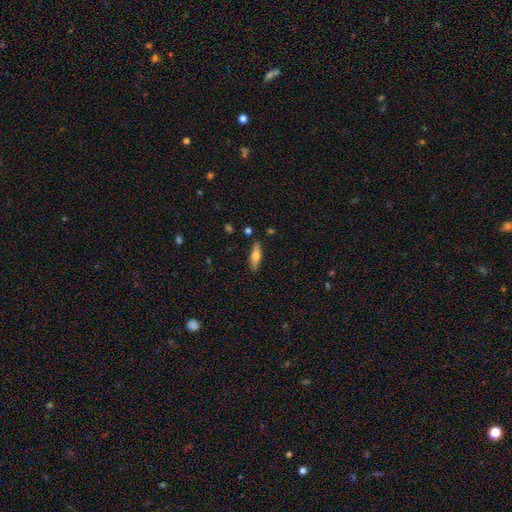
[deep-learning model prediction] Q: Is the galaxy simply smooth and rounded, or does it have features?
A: smooth — 58%.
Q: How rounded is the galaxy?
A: cigar-shaped — 54%.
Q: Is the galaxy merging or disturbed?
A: none — 86%.